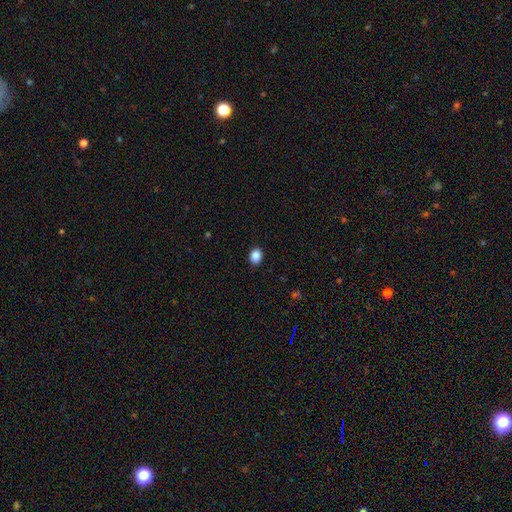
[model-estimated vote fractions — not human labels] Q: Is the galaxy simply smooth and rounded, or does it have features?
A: smooth — 87%.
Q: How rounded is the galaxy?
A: in between — 62%.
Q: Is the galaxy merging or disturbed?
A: none — 90%.